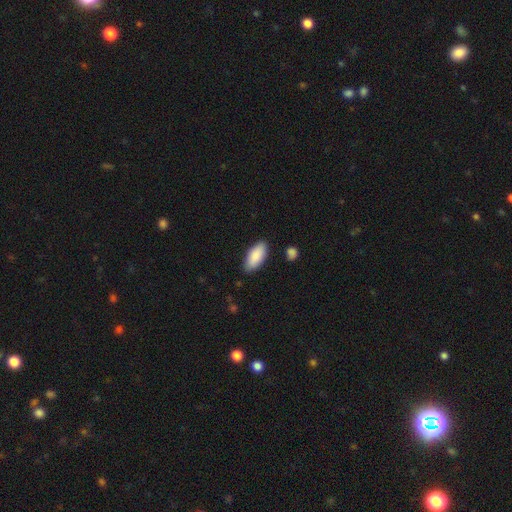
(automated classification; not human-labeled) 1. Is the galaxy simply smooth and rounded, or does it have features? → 88% smooth, 7% featured or disk, 6% star or artifact.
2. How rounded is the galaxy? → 87% in between, 11% cigar-shaped, 2% round.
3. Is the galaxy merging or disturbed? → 84% none, 12% minor disturbance, 2% major disturbance, 2% merger.